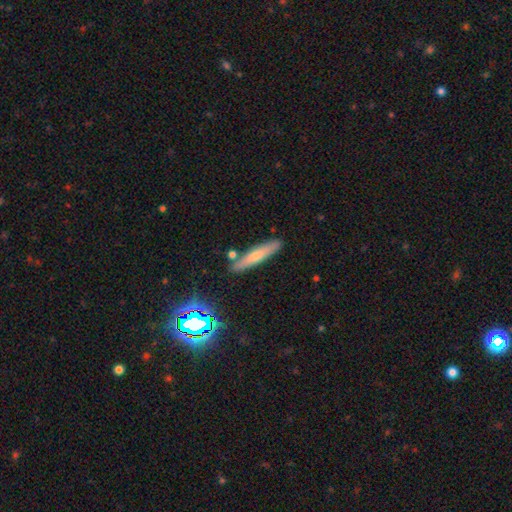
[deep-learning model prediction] A smooth galaxy with no disk features (55%) that is cigar-shaped (88%).

Vote fractions:
- Smooth or featured? smooth: 55% / featured or disk: 33% / star or artifact: 12%
- How rounded? cigar-shaped: 88% / in between: 10% / round: 2%
- Merging? none: 84% / minor disturbance: 10% / merger: 4% / major disturbance: 2%